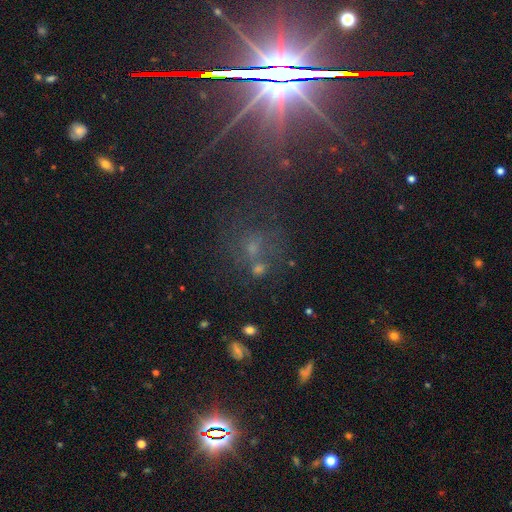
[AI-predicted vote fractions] This is likely a star or artifact rather than a galaxy (63%).